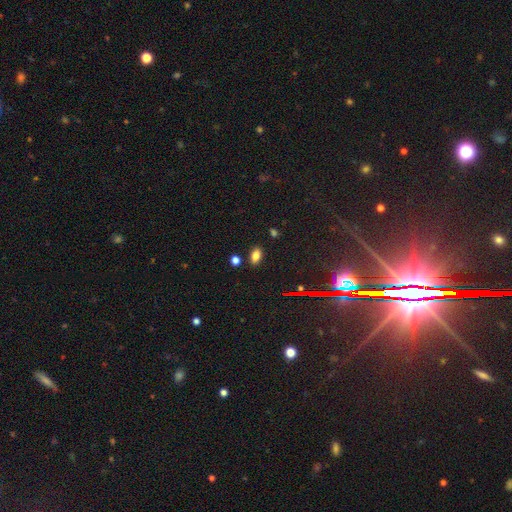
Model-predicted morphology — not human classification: The model was most divided on "smooth or featured": smooth: 77%, star or artifact: 15%, featured or disk: 7%. More confident: how rounded — in between (88%); merging — none (85%).